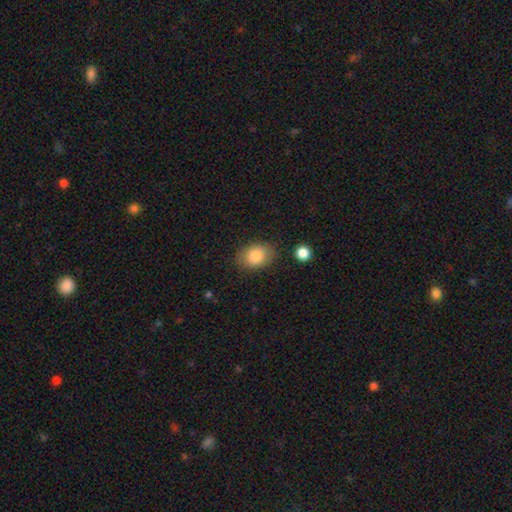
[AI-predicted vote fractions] smooth_or_featured: smooth (p=0.84) [alt: star or artifact p=0.08]
how_rounded: in between (p=0.60) [alt: round p=0.39]
merging: none (p=0.77) [alt: minor disturbance p=0.16]